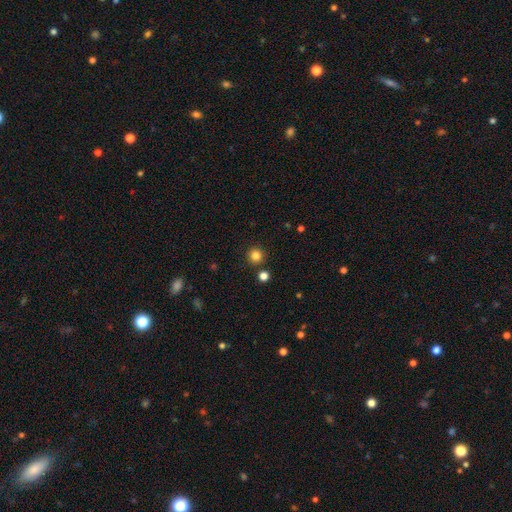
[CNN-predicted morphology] Smooth or featured? Predicted: smooth (p=0.83). How rounded? Predicted: round (p=0.95). Merging? Predicted: none (p=0.89).